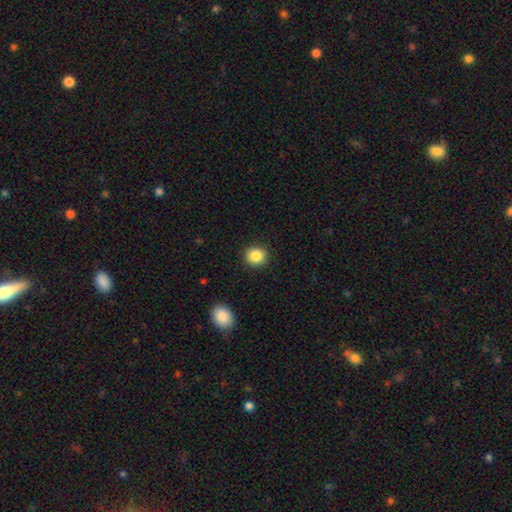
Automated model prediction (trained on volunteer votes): A smooth galaxy with no disk features (86%) that is round (86%). Merging: none (91%).